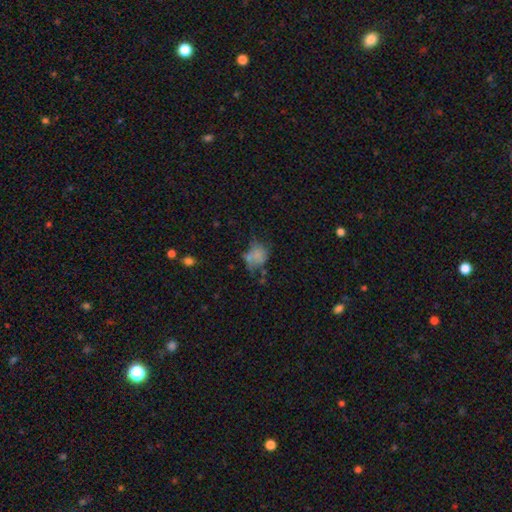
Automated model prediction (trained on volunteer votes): smooth-or-featured: smooth: 64% | featured or disk: 22% | star or artifact: 14%
  how-rounded: in between: 50% | round: 49% | cigar-shaped: 1%
  merging: none: 33% | minor disturbance: 28% | major disturbance: 24% | merger: 14%